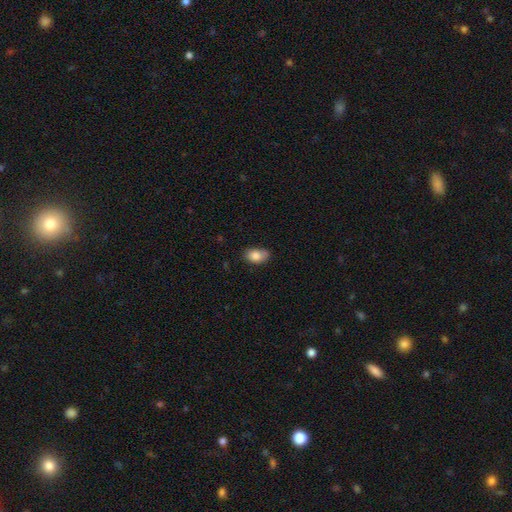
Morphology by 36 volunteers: Smooth or featured?
  - smooth: 94% *
  - featured or disk: 3%
  - star or artifact: 3%
How rounded?
  - in between: 97% *
  - round: 3%
  - cigar-shaped: 0%
Merging?
  - none: 74% *
  - minor disturbance: 23%
  - merger: 3%
  - major disturbance: 0%